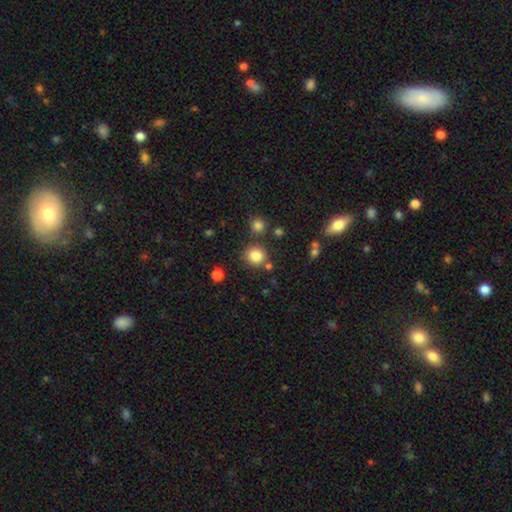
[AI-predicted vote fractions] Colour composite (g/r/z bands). It shows a smooth galaxy with no disk features (83%) that is round (91%). Merging: none (80%).